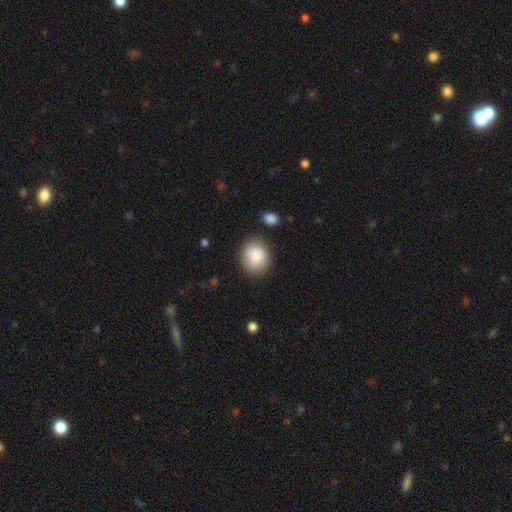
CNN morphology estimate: smooth 84%, featured or disk 9%, star or artifact 7%. Down the decision tree: how rounded — round (64%); merging — none (81%).